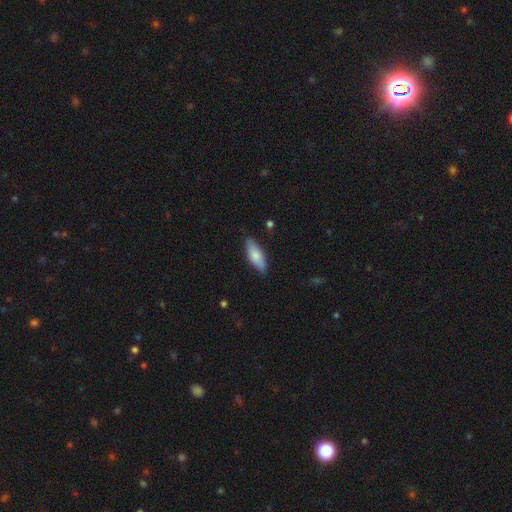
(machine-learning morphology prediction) Smooth or featured? Predicted: smooth (p=0.78). How rounded? Predicted: in between (p=0.69). Merging? Predicted: none (p=0.84).